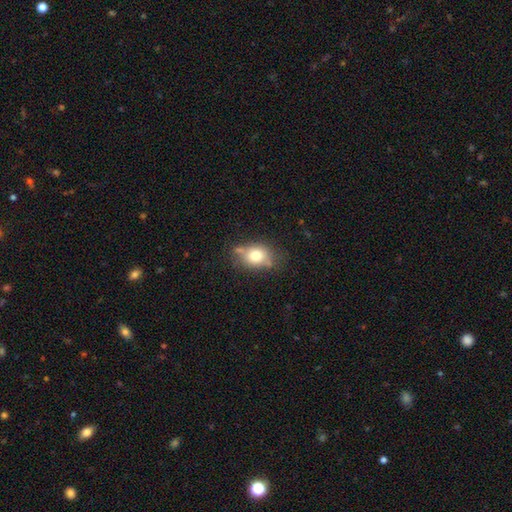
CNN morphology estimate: type=smooth (75%); roundness=in between (59%); merging=none (63%).